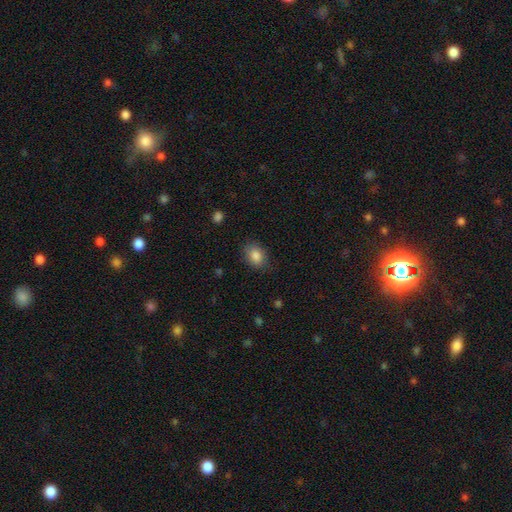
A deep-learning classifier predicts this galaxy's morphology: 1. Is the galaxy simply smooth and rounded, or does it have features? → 86% smooth, 9% star or artifact, 5% featured or disk.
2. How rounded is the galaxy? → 71% in between, 28% round, 1% cigar-shaped.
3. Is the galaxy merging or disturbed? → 80% none, 15% minor disturbance, 4% major disturbance, 1% merger.